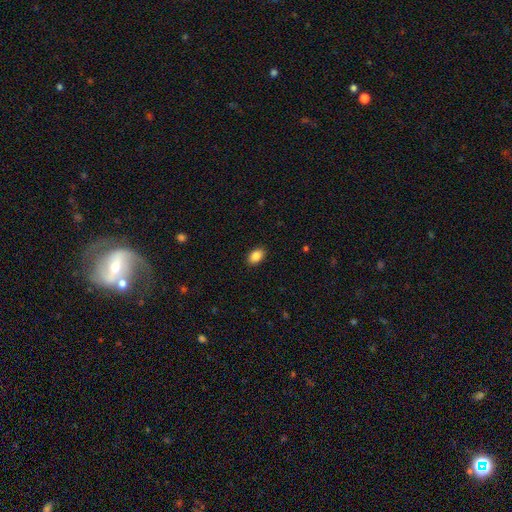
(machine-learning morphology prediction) Smooth or featured: smooth — 88% (star or artifact — 8%)
How rounded: in between — 89% (round — 10%)
Merging: none — 89% (minor disturbance — 8%)